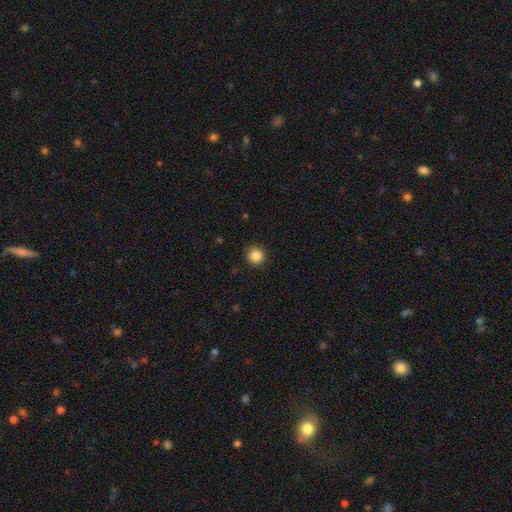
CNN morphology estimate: smooth-or-featured: smooth: 86% | star or artifact: 10% | featured or disk: 3%
  how-rounded: round: 95% | in between: 4% | cigar-shaped: 1%
  merging: none: 92% | minor disturbance: 5% | major disturbance: 2% | merger: 1%